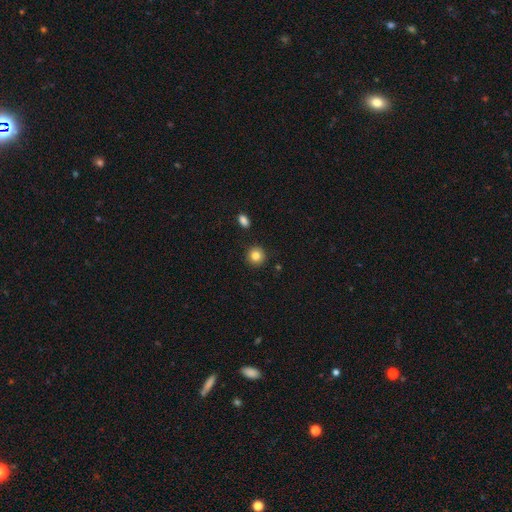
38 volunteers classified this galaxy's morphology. This is likely a smooth galaxy (79%). How rounded: clearly round (87%). Merging: clearly none (86%).